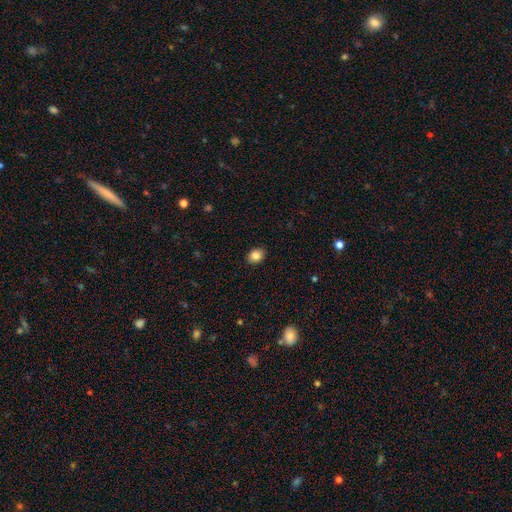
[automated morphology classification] smooth_or_featured: smooth (p=0.85) [alt: star or artifact p=0.09]
how_rounded: in between (p=0.58) [alt: round p=0.41]
merging: none (p=0.89) [alt: minor disturbance p=0.08]